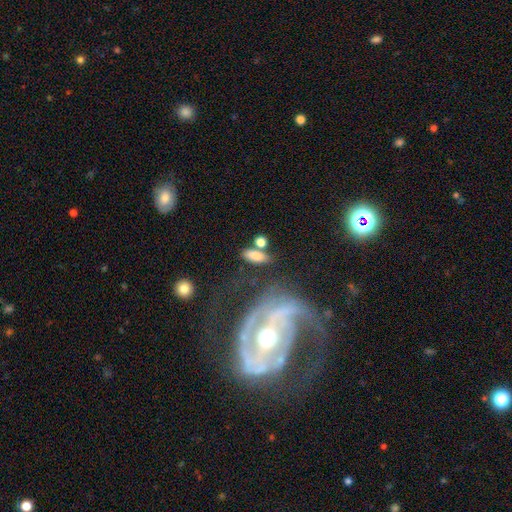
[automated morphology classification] type=smooth (76%); roundness=in between (76%); merging=none (59%).